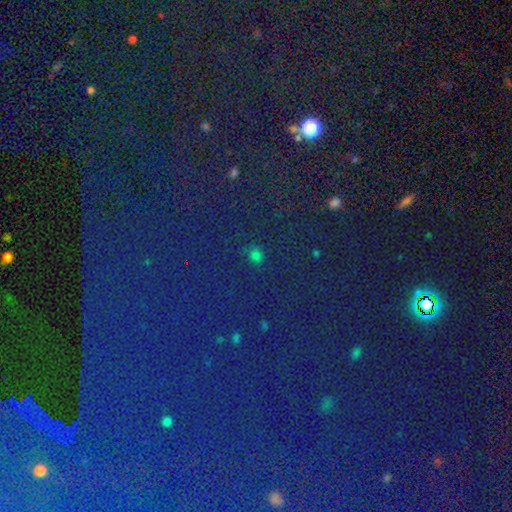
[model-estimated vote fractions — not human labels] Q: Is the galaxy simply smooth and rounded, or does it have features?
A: star or artifact — 48%.